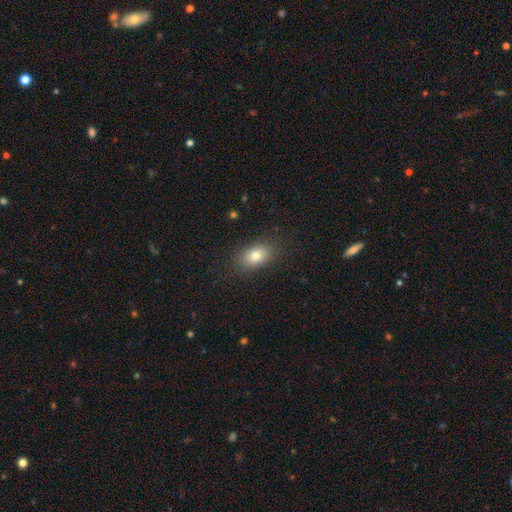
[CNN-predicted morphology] Smooth or featured?
  - smooth: 78% *
  - featured or disk: 11%
  - star or artifact: 11%
How rounded?
  - in between: 81% *
  - round: 17%
  - cigar-shaped: 2%
Merging?
  - none: 85% *
  - minor disturbance: 10%
  - major disturbance: 3%
  - merger: 1%